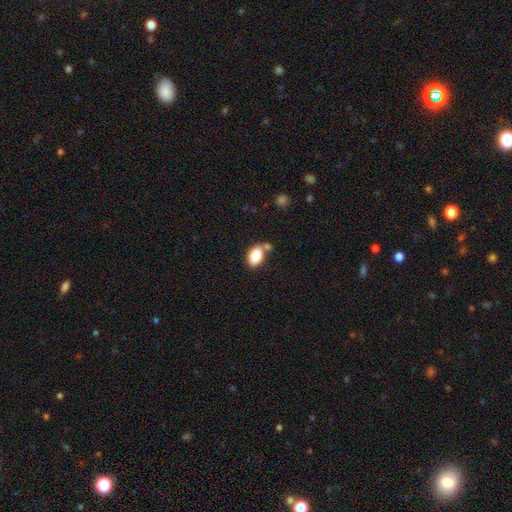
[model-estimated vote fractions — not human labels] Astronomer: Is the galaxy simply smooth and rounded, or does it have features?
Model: smooth — 83%.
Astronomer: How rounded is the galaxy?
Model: in between — 90%.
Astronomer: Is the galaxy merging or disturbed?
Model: none — 60%.